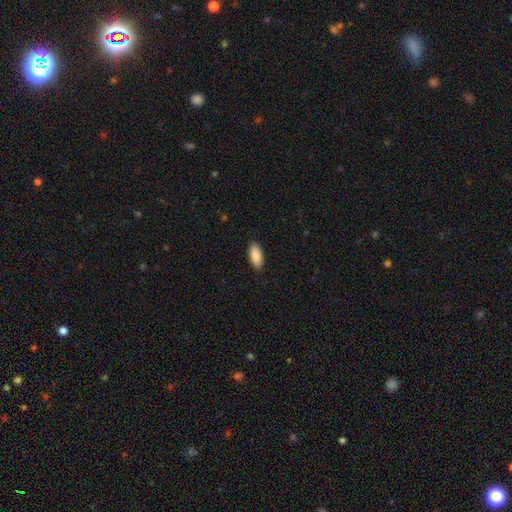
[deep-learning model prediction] A smooth galaxy with no disk features (89%) that is in between round and cigar-shaped (87%). Merging: none (89%).